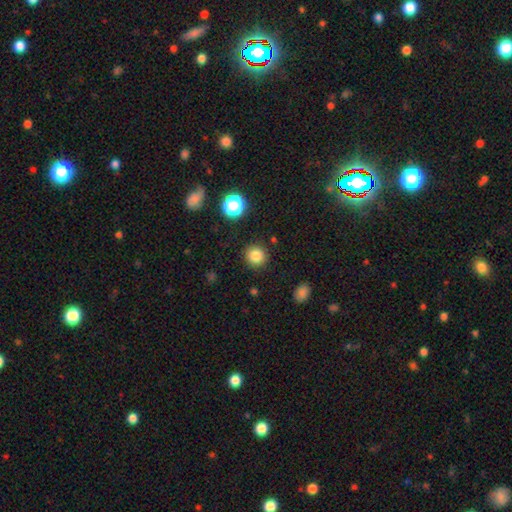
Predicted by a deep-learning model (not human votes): smooth-or-featured: smooth: 84% | star or artifact: 12% | featured or disk: 5%
  how-rounded: round: 93% | in between: 6% | cigar-shaped: 1%
  merging: none: 90% | minor disturbance: 6% | major disturbance: 2% | merger: 2%